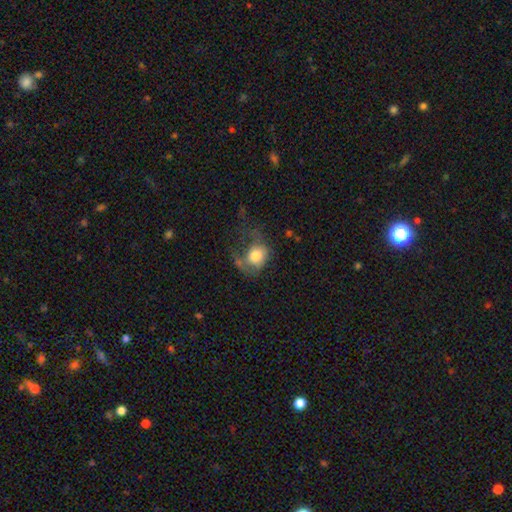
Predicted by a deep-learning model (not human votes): smooth 69%, featured or disk 22%, star or artifact 9%. Down the decision tree: how rounded — round (58%); merging — major disturbance (43%).